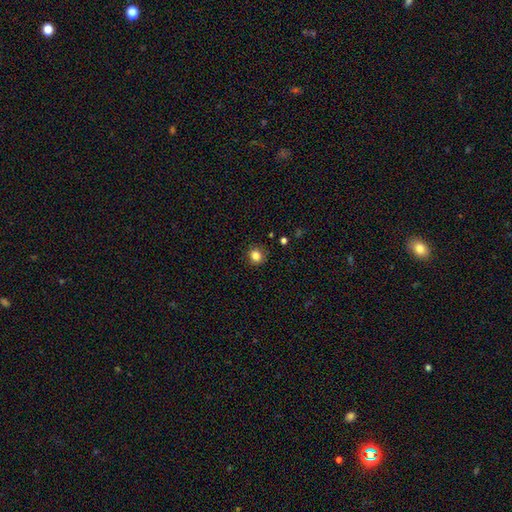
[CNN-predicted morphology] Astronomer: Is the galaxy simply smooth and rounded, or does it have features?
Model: smooth — 84%.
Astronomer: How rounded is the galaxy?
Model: round — 87%.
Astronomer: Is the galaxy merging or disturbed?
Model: none — 89%.